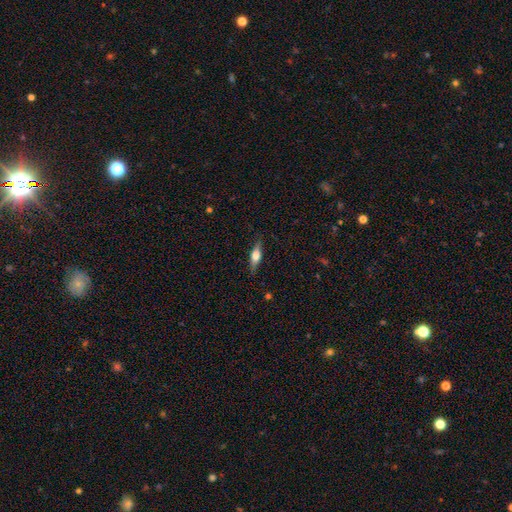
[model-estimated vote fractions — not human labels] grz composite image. It shows a smooth galaxy with no disk features (51%) that is cigar-shaped (51%). Merging: none (84%).